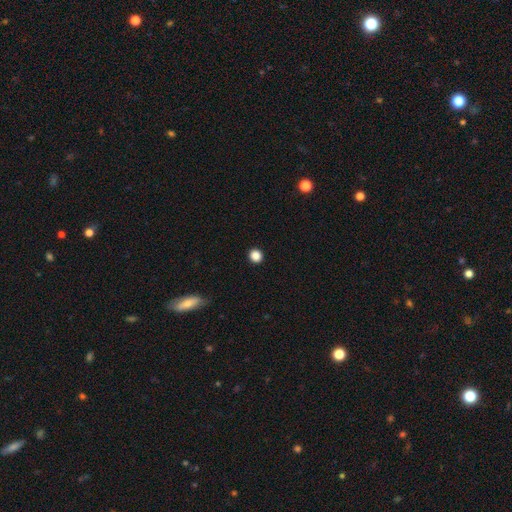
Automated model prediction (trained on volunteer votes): Smooth or featured? Predicted: smooth (p=0.87). How rounded? Predicted: round (p=0.90). Merging? Predicted: none (p=0.93).